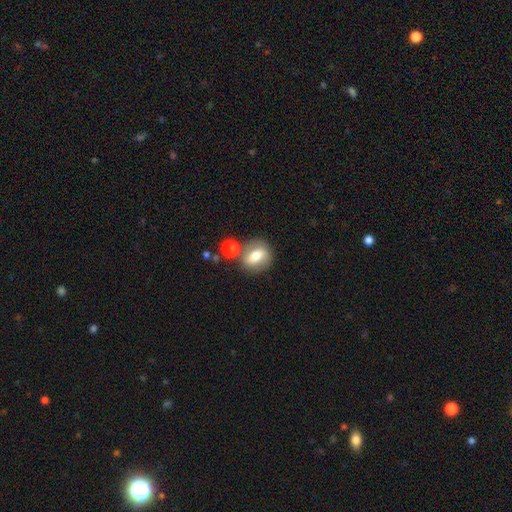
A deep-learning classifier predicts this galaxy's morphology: smooth_or_featured: smooth (p=0.60) [alt: featured or disk p=0.31]
how_rounded: round (p=0.54) [alt: in between p=0.43]
merging: none (p=0.65) [alt: merger p=0.17]